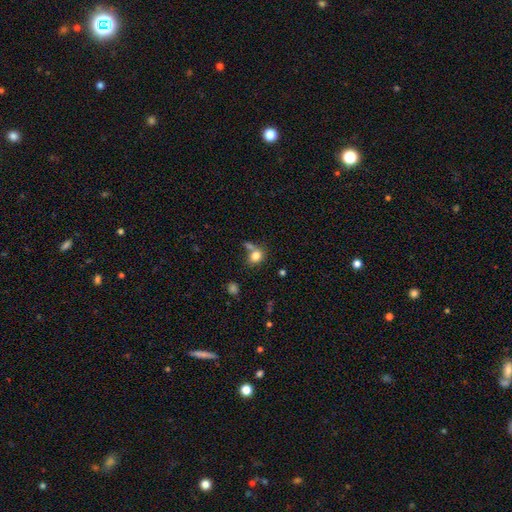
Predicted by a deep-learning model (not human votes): A smooth galaxy with no disk features (81%) that is in between round and cigar-shaped (50%). Merging: none (50%).